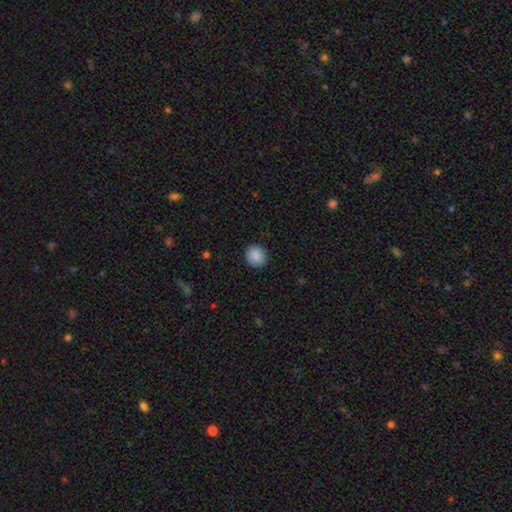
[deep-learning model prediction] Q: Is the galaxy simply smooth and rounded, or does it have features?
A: smooth — 89%.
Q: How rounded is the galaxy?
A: round — 86%.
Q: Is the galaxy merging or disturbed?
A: none — 91%.